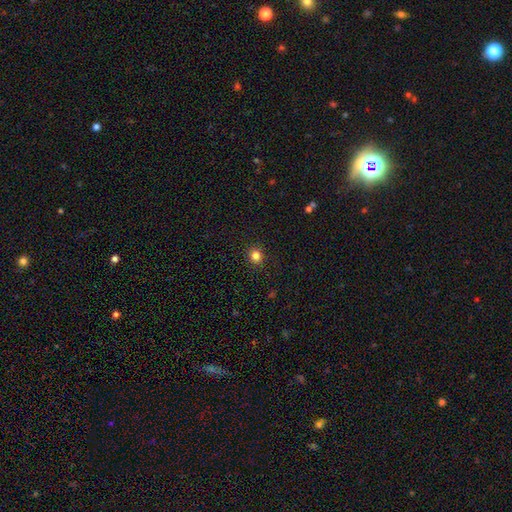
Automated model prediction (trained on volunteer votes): Smooth or featured? smooth (82%)
How rounded? round (88%)
Merging? none (91%)